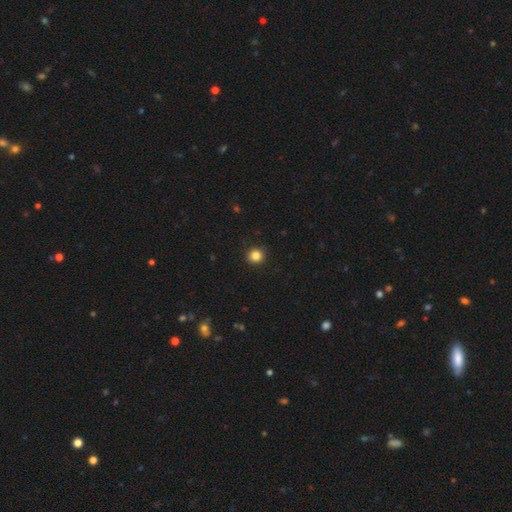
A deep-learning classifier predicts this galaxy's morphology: A smooth galaxy with no disk features (84%) that is round (90%). Merging: none (92%).